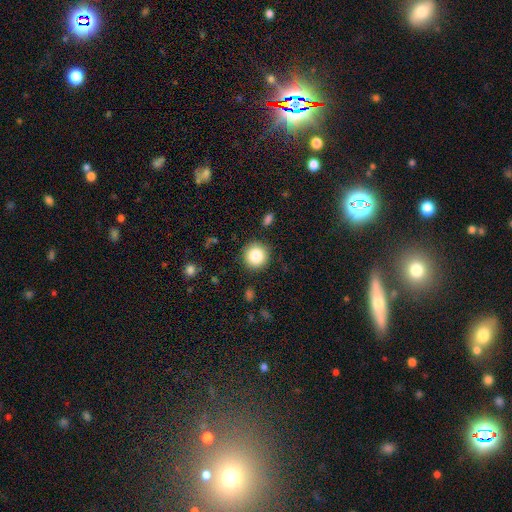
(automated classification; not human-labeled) Smooth or featured? smooth (84%)
How rounded? round (94%)
Merging? none (89%)